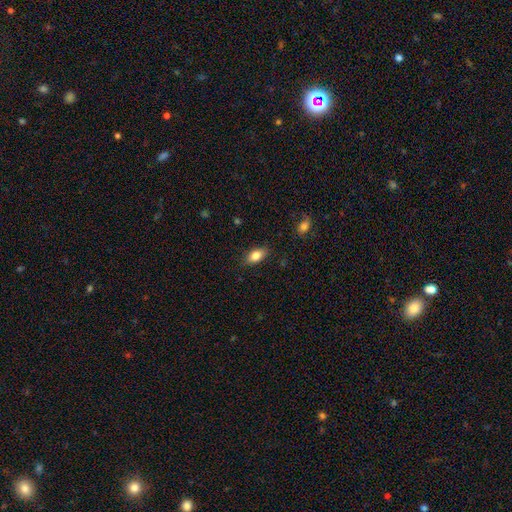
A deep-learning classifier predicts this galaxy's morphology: Smooth or featured: smooth — 81% (featured or disk — 11%)
How rounded: in between — 88% (cigar-shaped — 6%)
Merging: none — 85% (minor disturbance — 11%)